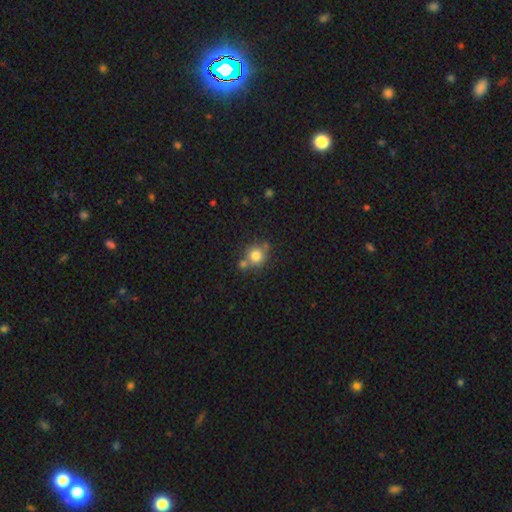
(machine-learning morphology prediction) The model was most divided on "merging": none: 60%, merger: 23%, minor disturbance: 12%, major disturbance: 4%. More confident: how rounded — round (87%); smooth or featured — smooth (79%).